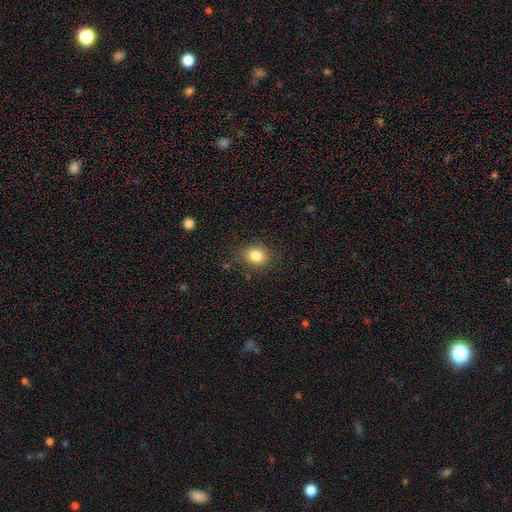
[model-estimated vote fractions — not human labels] smooth_or_featured: smooth (p=0.82) [alt: star or artifact p=0.11]
how_rounded: round (p=0.70) [alt: in between p=0.30]
merging: none (p=0.82) [alt: minor disturbance p=0.12]